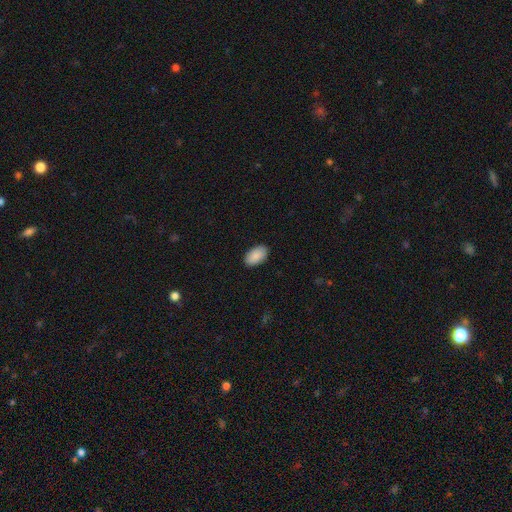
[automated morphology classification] smooth 91%, star or artifact 6%, featured or disk 3%. Down the decision tree: how rounded — in between (95%); merging — none (89%).